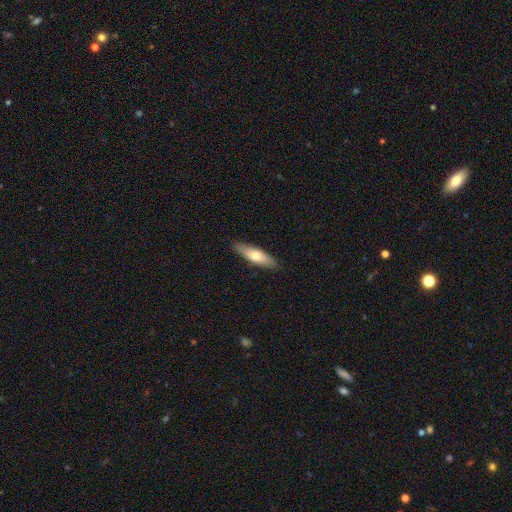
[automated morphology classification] The model was most divided on "how rounded": cigar-shaped: 62%, in between: 36%, round: 2%. More confident: merging — none (89%); smooth or featured — smooth (65%).